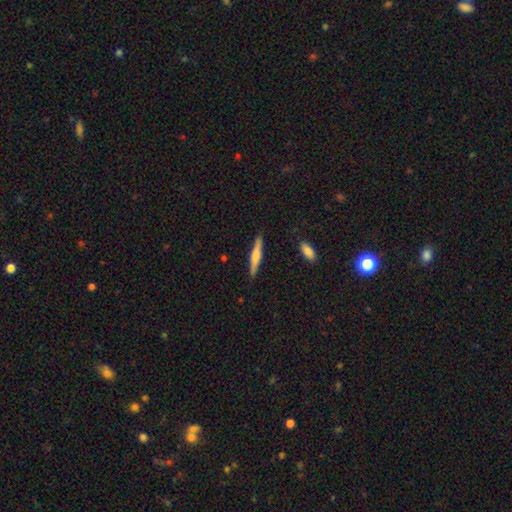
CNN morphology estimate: The model was most divided on "smooth or featured": smooth: 48%, featured or disk: 46%, star or artifact: 6%. More confident: merging — none (89%).